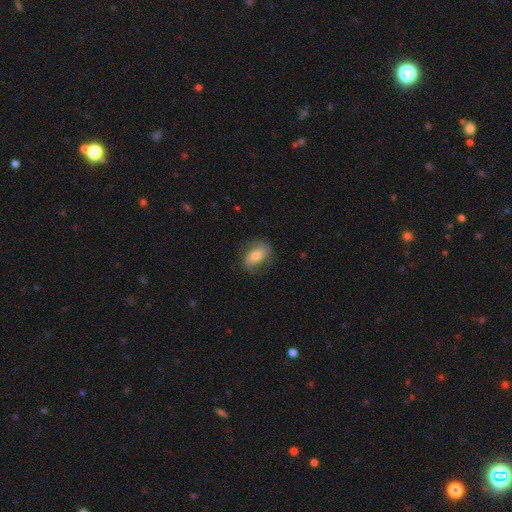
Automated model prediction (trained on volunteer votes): This appears to be a smooth galaxy with no disk features (58%) that is in between round and cigar-shaped (80%). Merging: none (73%).